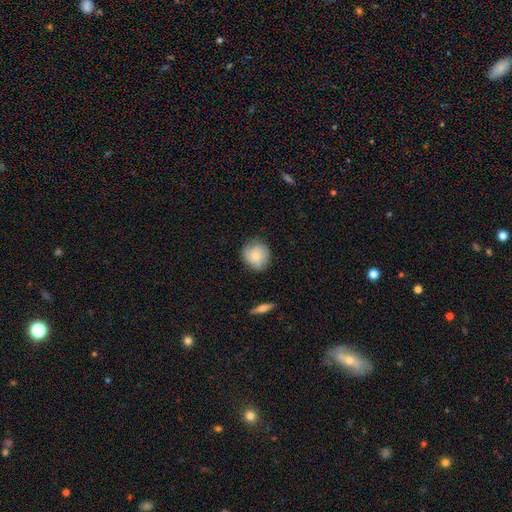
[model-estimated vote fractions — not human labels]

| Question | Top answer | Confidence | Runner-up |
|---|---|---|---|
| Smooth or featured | smooth | 64% | featured or disk (29%) |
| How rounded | round | 86% | in between (13%) |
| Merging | none | 74% | minor disturbance (20%) |